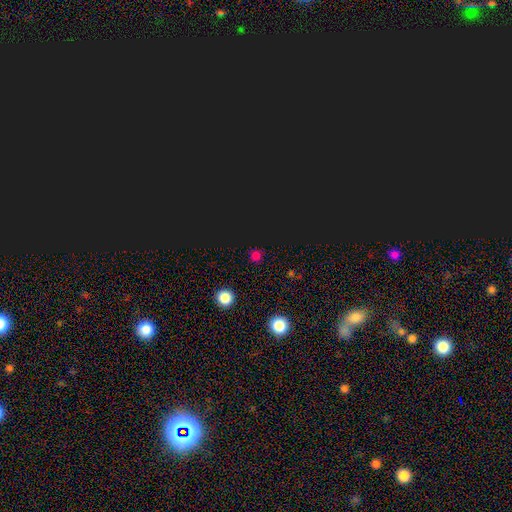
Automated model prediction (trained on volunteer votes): Smooth or featured? star or artifact (48%)